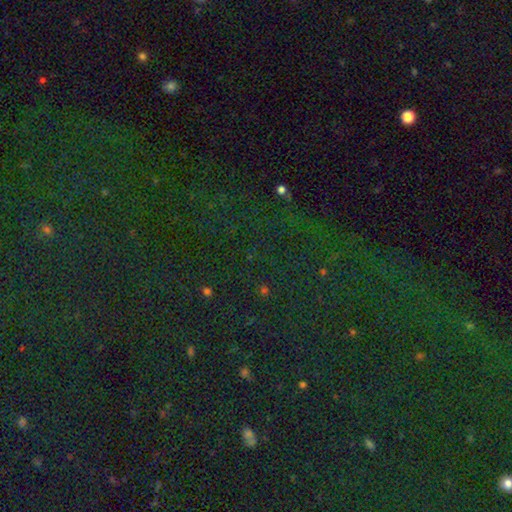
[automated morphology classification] Smooth or featured: star or artifact — 82% (smooth — 11%)